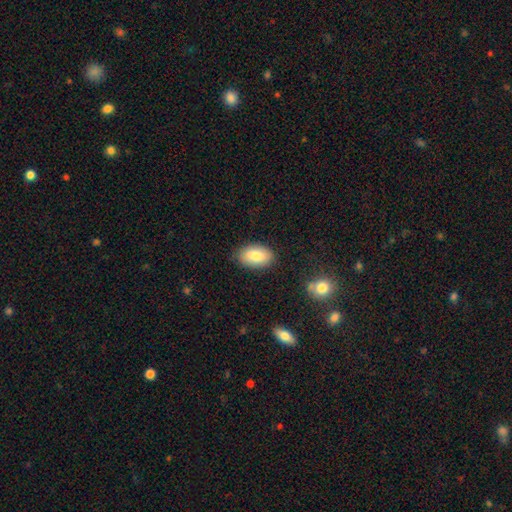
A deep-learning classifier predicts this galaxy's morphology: This is clearly a smooth galaxy (81%). How rounded: clearly in between (92%). Merging: clearly none (83%).